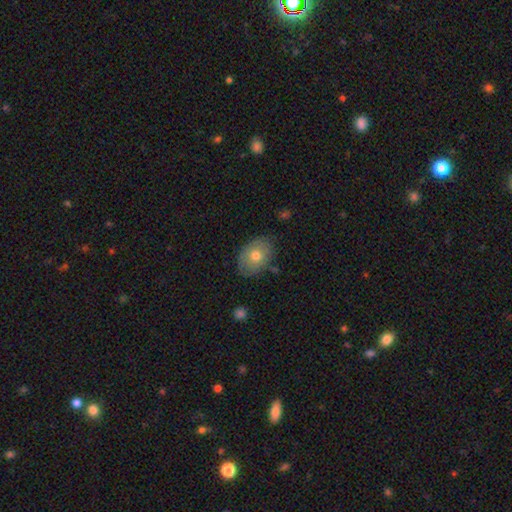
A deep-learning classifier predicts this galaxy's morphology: The model was most divided on "smooth or featured": smooth: 69%, featured or disk: 23%, star or artifact: 8%. More confident: merging — none (76%); how rounded — in between (75%).